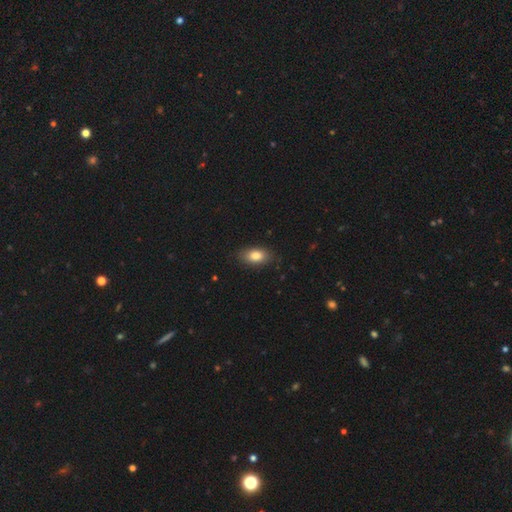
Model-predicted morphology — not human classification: Smooth or featured? Predicted: smooth (p=0.83). How rounded? Predicted: in between (p=0.90). Merging? Predicted: none (p=0.85).